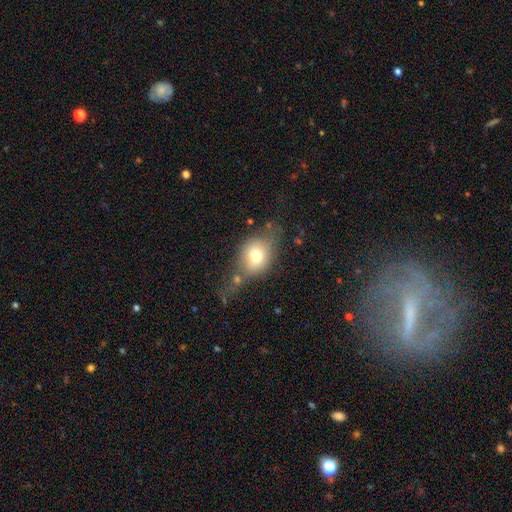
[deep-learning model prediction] smooth_or_featured: smooth (p=0.70) [alt: featured or disk p=0.20]
how_rounded: in between (p=0.55) [alt: round p=0.44]
merging: none (p=0.48) [alt: minor disturbance p=0.22]